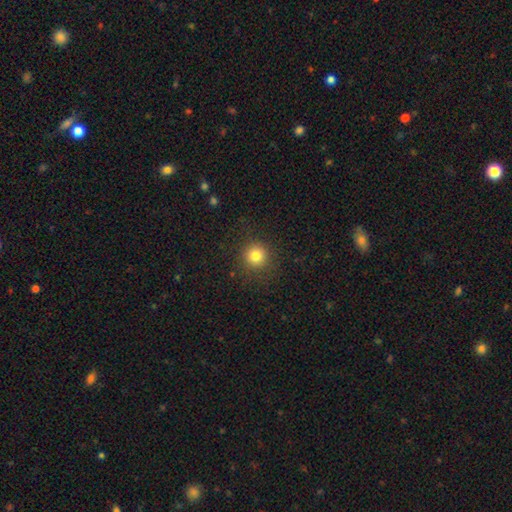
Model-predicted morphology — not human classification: smooth-or-featured: smooth: 81% | star or artifact: 13% | featured or disk: 6%
  how-rounded: round: 94% | in between: 5% | cigar-shaped: 1%
  merging: none: 89% | minor disturbance: 7% | major disturbance: 3% | merger: 1%